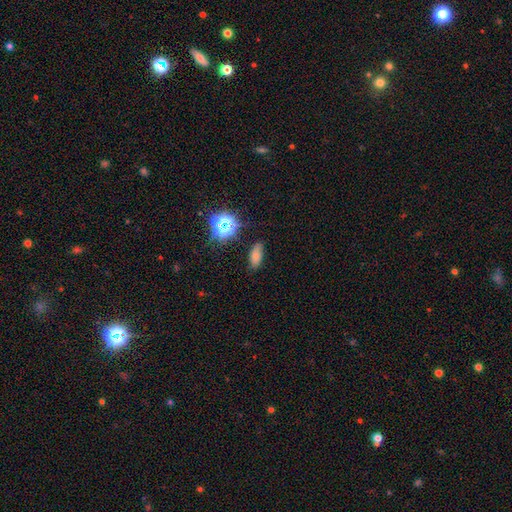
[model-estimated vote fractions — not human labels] Smooth or featured?
  - smooth: 65% *
  - star or artifact: 22%
  - featured or disk: 13%
How rounded?
  - in between: 85% *
  - cigar-shaped: 9%
  - round: 5%
Merging?
  - none: 80% *
  - minor disturbance: 14%
  - major disturbance: 4%
  - merger: 2%